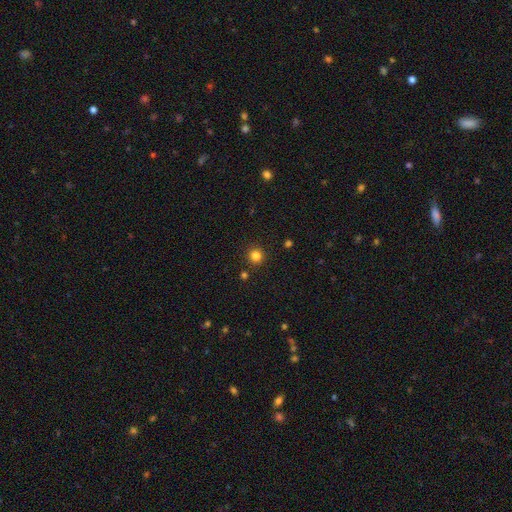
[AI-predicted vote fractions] smooth 82%, star or artifact 14%, featured or disk 4%. Down the decision tree: how rounded — round (93%); merging — none (90%).